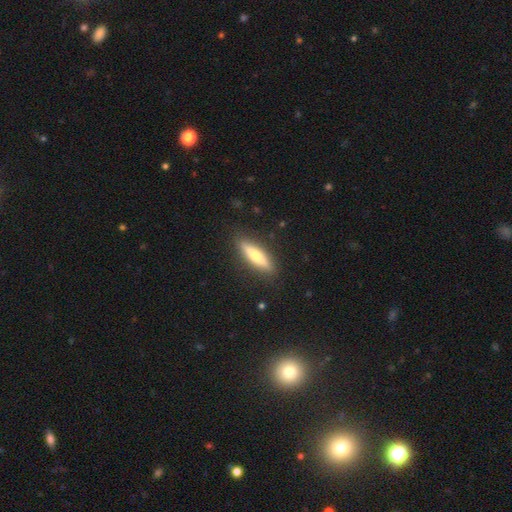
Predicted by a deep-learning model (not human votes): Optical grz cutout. It shows a smooth galaxy with no disk features (48%). Merging: none (88%).